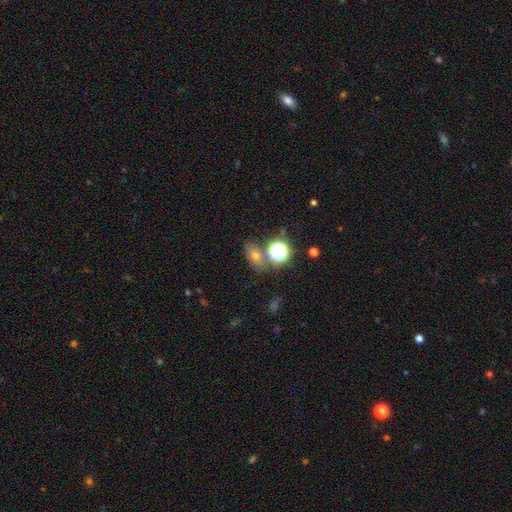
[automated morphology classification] A smooth galaxy with no disk features (47%). Merging: none (72%).